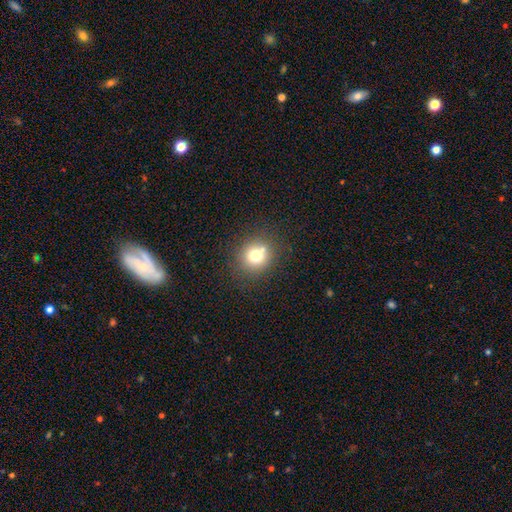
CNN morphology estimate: smooth 73%, star or artifact 14%, featured or disk 13%. Down the decision tree: how rounded — round (85%); merging — none (72%).